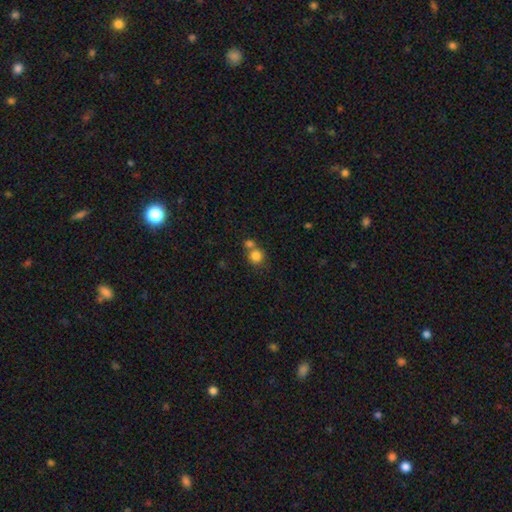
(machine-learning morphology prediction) Overall: smooth (82%). How rounded: round (88%). Merging: none (49%; merger 39%).